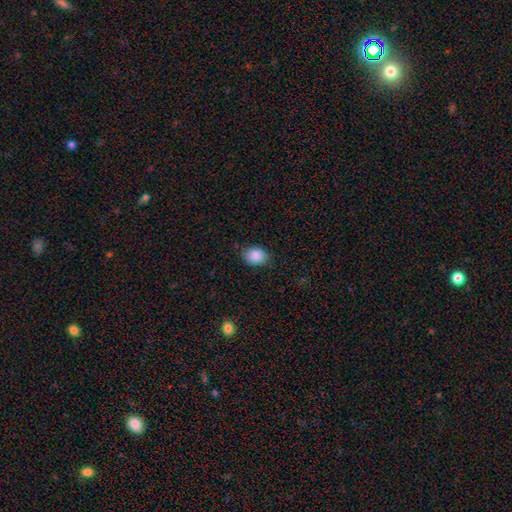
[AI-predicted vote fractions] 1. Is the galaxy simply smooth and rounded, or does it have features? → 87% smooth, 8% star or artifact, 5% featured or disk.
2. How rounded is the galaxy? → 64% in between, 35% round, 1% cigar-shaped.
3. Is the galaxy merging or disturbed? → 81% none, 15% minor disturbance, 3% major disturbance, 1% merger.